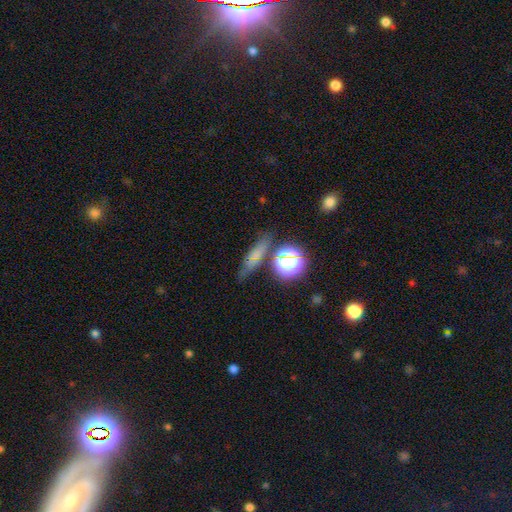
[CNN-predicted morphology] This appears to be a smooth galaxy with no disk features (60%) that is cigar-shaped (54%). Merging: none (71%).